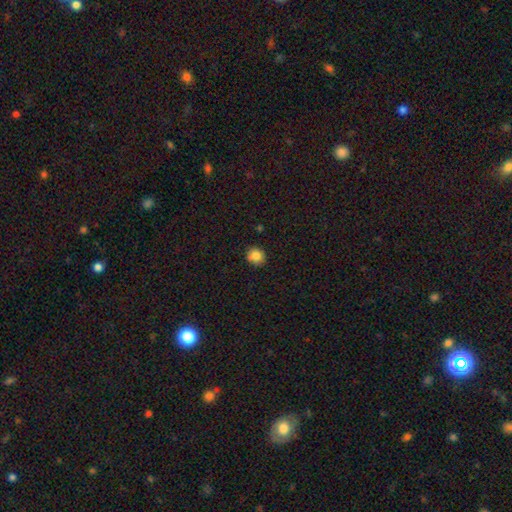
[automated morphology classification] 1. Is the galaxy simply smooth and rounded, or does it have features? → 83% smooth, 11% star or artifact, 6% featured or disk.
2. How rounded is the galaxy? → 84% round, 15% in between, 1% cigar-shaped.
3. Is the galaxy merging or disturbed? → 87% none, 9% minor disturbance, 2% major disturbance, 1% merger.